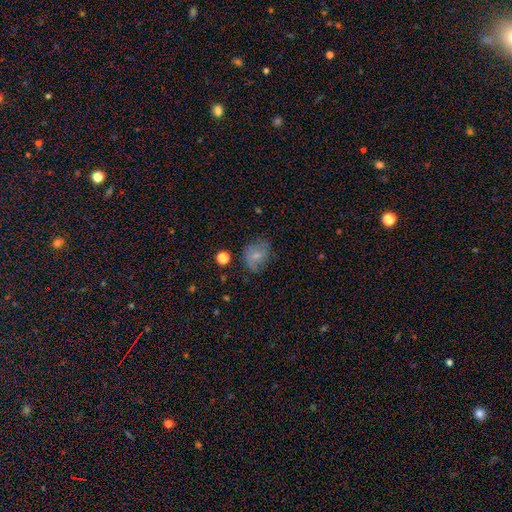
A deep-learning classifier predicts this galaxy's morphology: Smooth or featured? Predicted: smooth (p=0.68). How rounded? Predicted: round (p=0.55). Merging? Predicted: none (p=0.61).